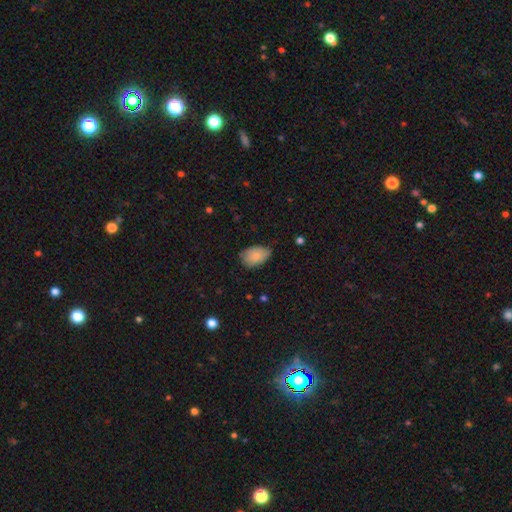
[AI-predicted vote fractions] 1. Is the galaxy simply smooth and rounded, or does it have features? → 83% smooth, 9% featured or disk, 7% star or artifact.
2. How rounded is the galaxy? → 85% in between, 14% round, 1% cigar-shaped.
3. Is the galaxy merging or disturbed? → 56% none, 37% minor disturbance, 6% major disturbance, 2% merger.